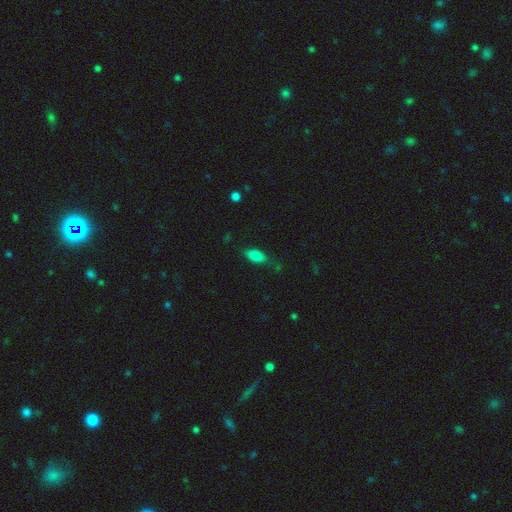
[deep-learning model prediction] Smooth or featured? Predicted: smooth (p=0.80). How rounded? Predicted: in between (p=0.83). Merging? Predicted: none (p=0.68).